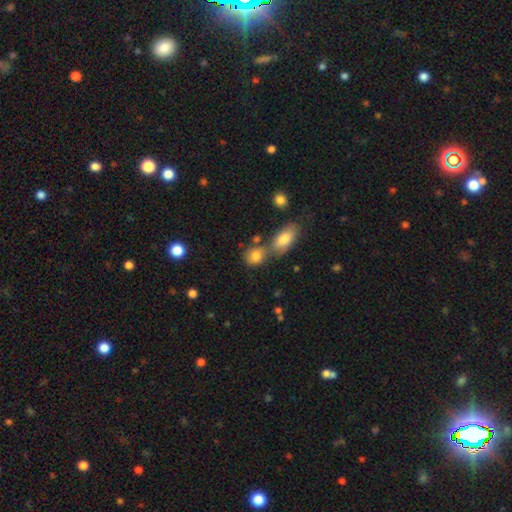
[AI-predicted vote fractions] Overall: smooth (81%). How rounded: round (53%; in between 45%). Merging: none (48%; merger 36%).